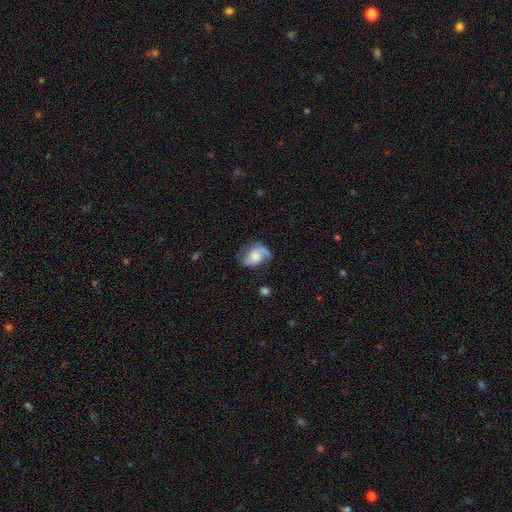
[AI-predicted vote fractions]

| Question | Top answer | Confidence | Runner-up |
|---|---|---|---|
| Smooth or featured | featured or disk | 60% | smooth (32%) |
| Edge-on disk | no | 97% | yes (3%) |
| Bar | no | 66% | weak (28%) |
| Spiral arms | yes | 87% | no (13%) |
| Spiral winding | loose | 41% | medium (39%) |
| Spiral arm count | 2 | 50% | 1 (40%) |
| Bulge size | moderate | 33% | large (24%) |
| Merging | none | 47% | minor disturbance (27%) |